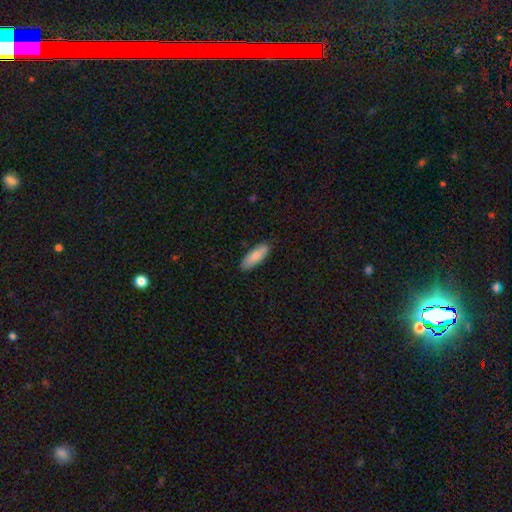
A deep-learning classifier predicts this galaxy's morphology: Smooth or featured? smooth (82%)
How rounded? in between (63%)
Merging? none (86%)